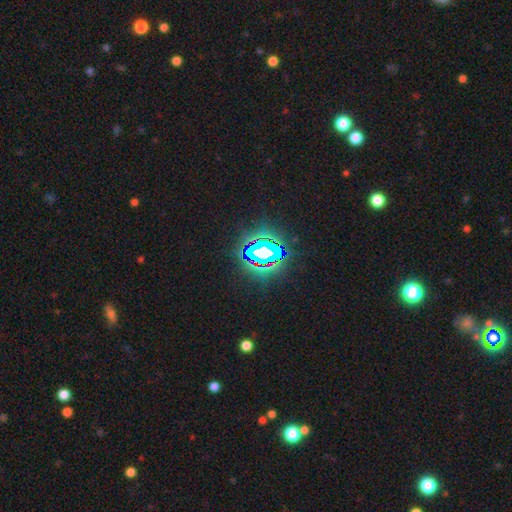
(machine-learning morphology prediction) The model was most divided on "smooth or featured": star or artifact: 72%, smooth: 16%, featured or disk: 12%.